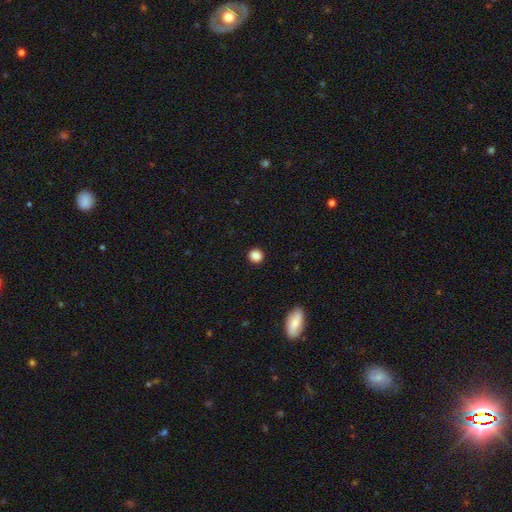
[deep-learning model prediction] Morphology: type=smooth (87%); roundness=round (91%); merging=none (92%).